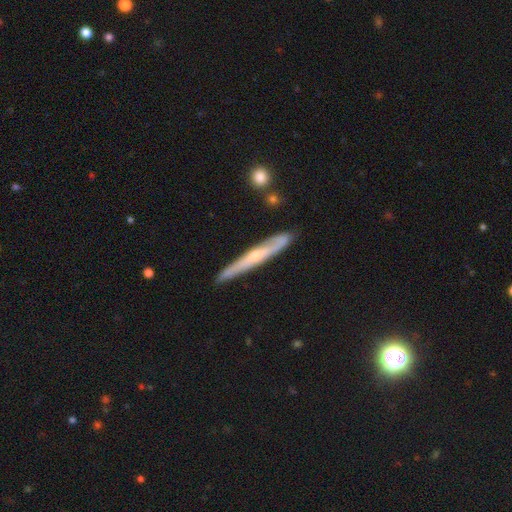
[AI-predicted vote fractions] featured or disk 71%, smooth 22%, star or artifact 7%. Down the decision tree: edge-on disk — yes (94%); edge-on bulge — rounded (68%); merging — none (84%).